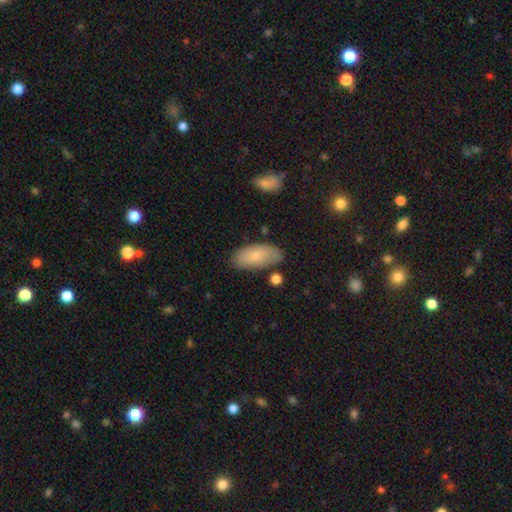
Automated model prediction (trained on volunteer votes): The model was most divided on "smooth or featured": smooth: 74%, featured or disk: 20%, star or artifact: 7%. More confident: how rounded — in between (92%); merging — none (76%).